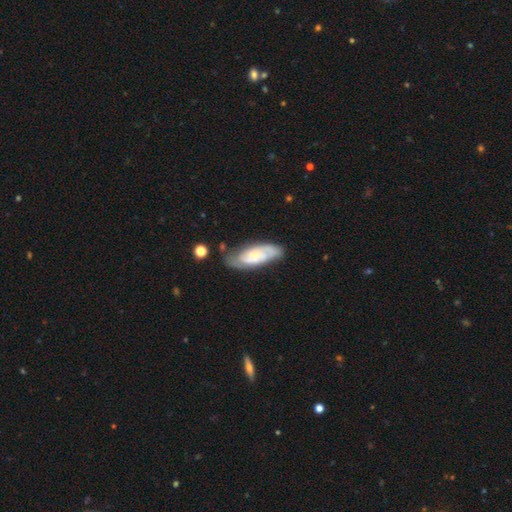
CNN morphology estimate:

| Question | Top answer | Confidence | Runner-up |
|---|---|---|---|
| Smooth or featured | featured or disk | 68% | smooth (26%) |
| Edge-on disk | no | 90% | yes (10%) |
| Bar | no | 59% | weak (33%) |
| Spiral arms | yes | 92% | no (8%) |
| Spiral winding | tight | 52% | medium (38%) |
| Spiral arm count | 2 | 59% | can't tell (26%) |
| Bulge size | small | 48% | none (23%) |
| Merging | none | 65% | minor disturbance (23%) |